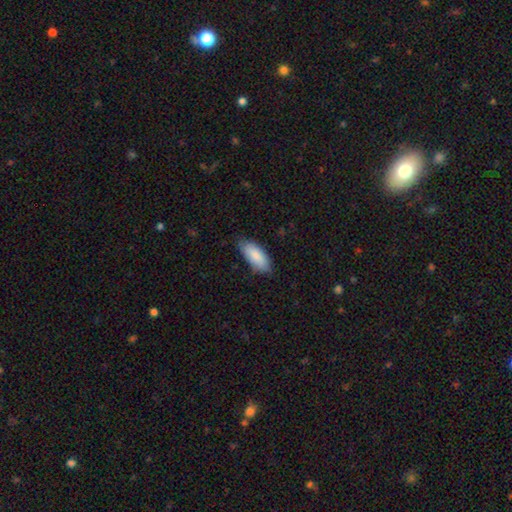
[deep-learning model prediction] smooth 86%, featured or disk 8%, star or artifact 6%. Down the decision tree: how rounded — in between (85%); merging — none (79%).